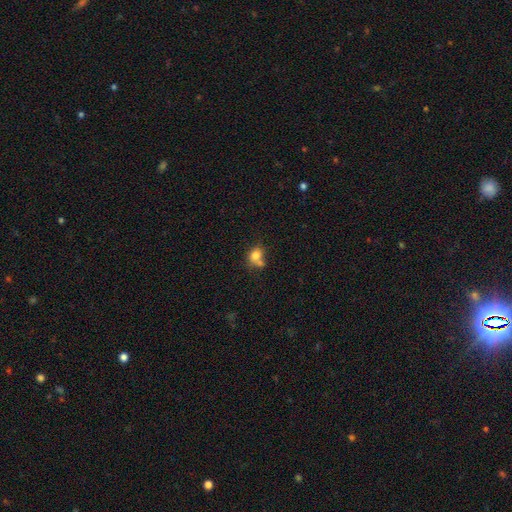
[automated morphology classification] Smooth or featured?
  - smooth: 77% *
  - featured or disk: 12%
  - star or artifact: 11%
How rounded?
  - round: 60% *
  - in between: 39%
  - cigar-shaped: 1%
Merging?
  - none: 43% *
  - merger: 37%
  - minor disturbance: 15%
  - major disturbance: 6%